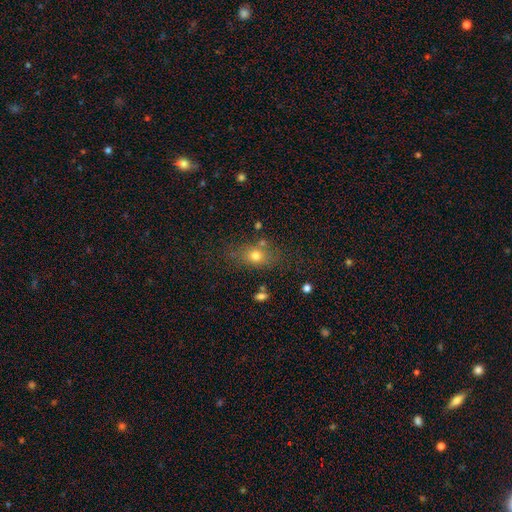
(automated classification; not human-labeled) Smooth or featured? smooth (71%)
How rounded? in between (57%)
Merging? none (69%)